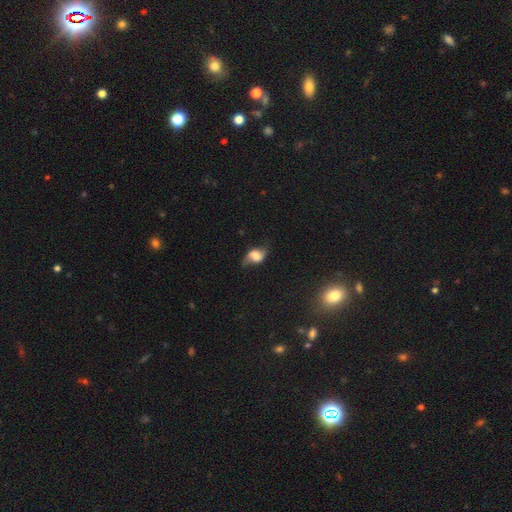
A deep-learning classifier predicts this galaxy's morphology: featured or disk 56%, smooth 33%, star or artifact 11%. Down the decision tree: edge-on disk — no (91%); bar — no (48%); spiral arms — yes (86%); bulge size — large (35%); merging — none (59%).